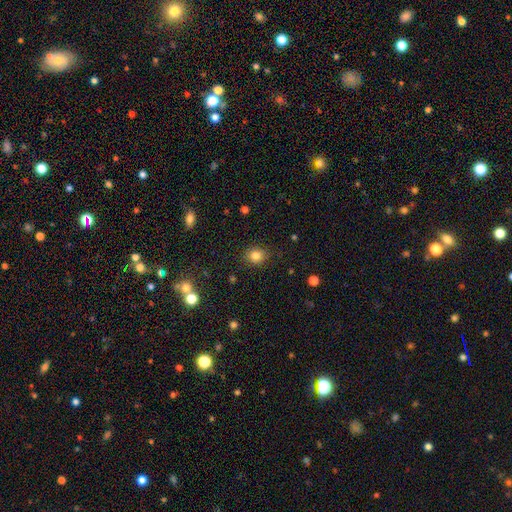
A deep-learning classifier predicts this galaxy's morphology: Smooth or featured? smooth (82%)
How rounded? round (74%)
Merging? none (85%)